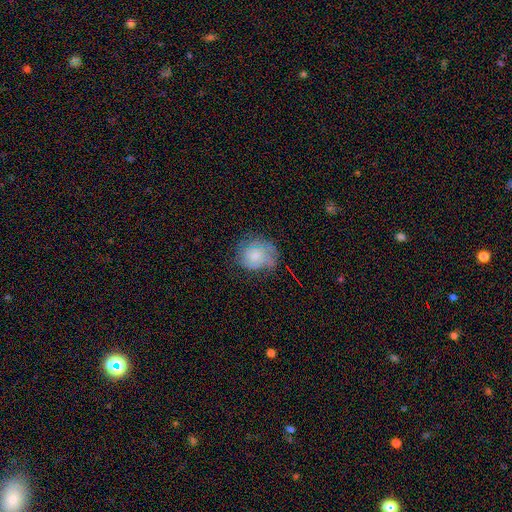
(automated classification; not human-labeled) The model was most divided on "merging": none: 52%, minor disturbance: 29%, major disturbance: 16%, merger: 2%. More confident: how rounded — round (76%); smooth or featured — smooth (58%).